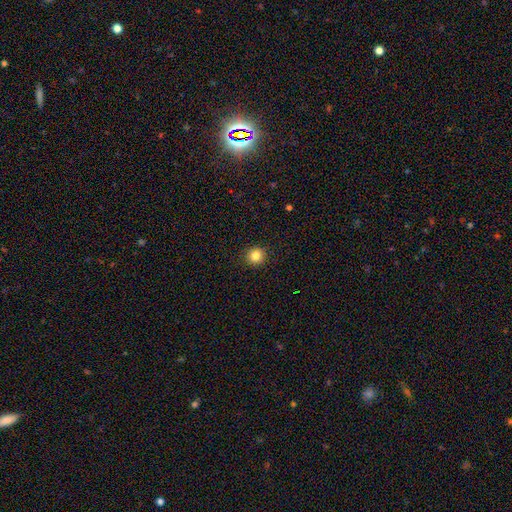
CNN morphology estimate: A smooth galaxy with no disk features (84%) that is round (93%). Merging: none (92%).